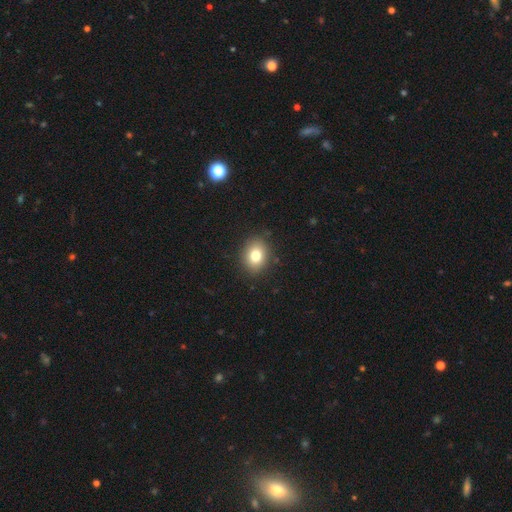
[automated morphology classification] smooth 79%, star or artifact 11%, featured or disk 10%. Down the decision tree: how rounded — in between (50%); merging — none (87%).